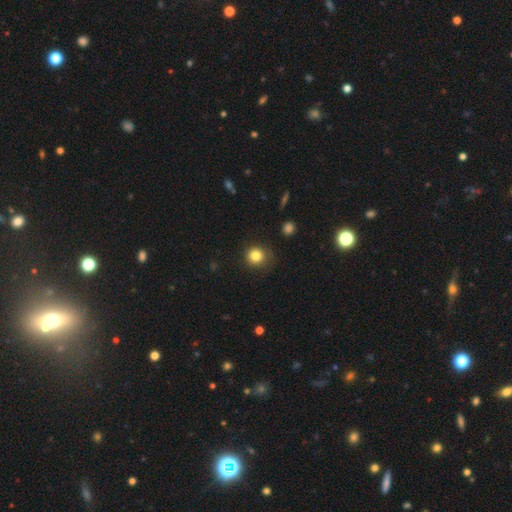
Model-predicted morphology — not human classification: Smooth or featured?
  - smooth: 82% *
  - star or artifact: 12%
  - featured or disk: 6%
How rounded?
  - round: 90% *
  - in between: 9%
  - cigar-shaped: 1%
Merging?
  - none: 81% *
  - minor disturbance: 13%
  - major disturbance: 4%
  - merger: 1%